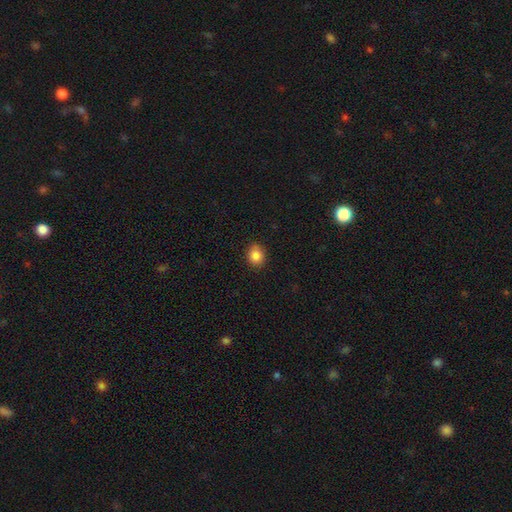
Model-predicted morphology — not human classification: This is clearly a smooth galaxy (85%). How rounded: likely round (63%). Merging: clearly none (89%).